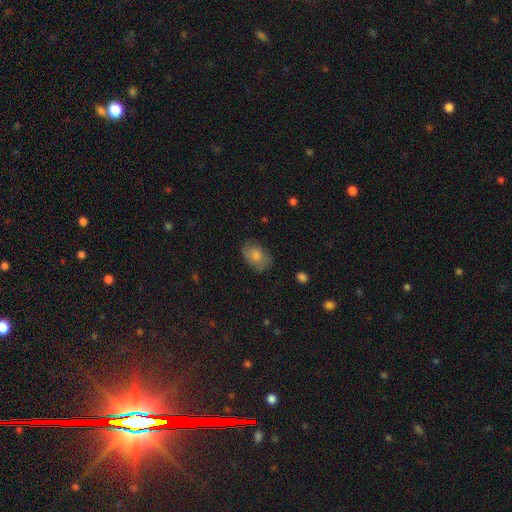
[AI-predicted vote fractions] A smooth galaxy with no disk features (78%) that is in between round and cigar-shaped (83%). Merging: none (73%).